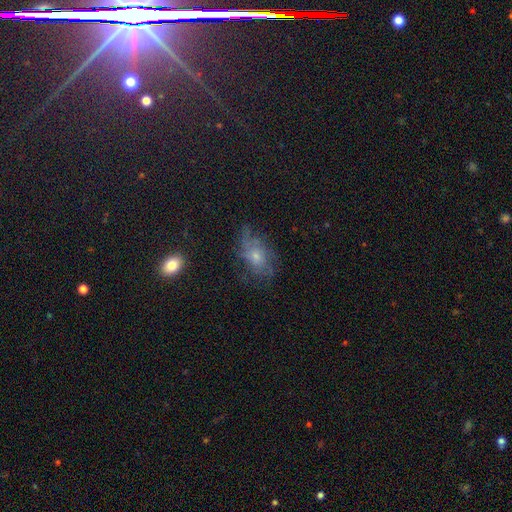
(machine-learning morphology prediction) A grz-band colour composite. It shows a featured or disk galaxy (51%). Merging: none (53%).